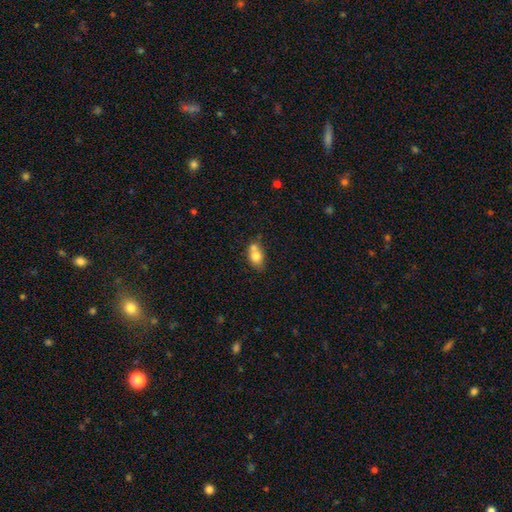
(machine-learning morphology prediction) Smooth or featured: smooth — 74% (featured or disk — 17%)
How rounded: in between — 67% (round — 31%)
Merging: merger — 43% (none — 38%)